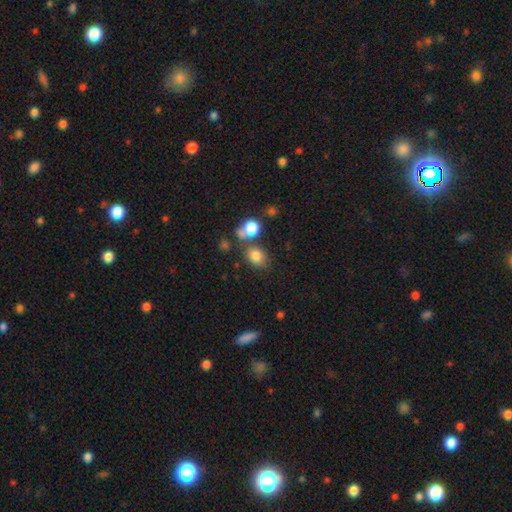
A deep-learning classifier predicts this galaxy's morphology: smooth_or_featured: smooth (p=0.80) [alt: star or artifact p=0.12]
how_rounded: in between (p=0.56) [alt: round p=0.43]
merging: none (p=0.61) [alt: merger p=0.20]